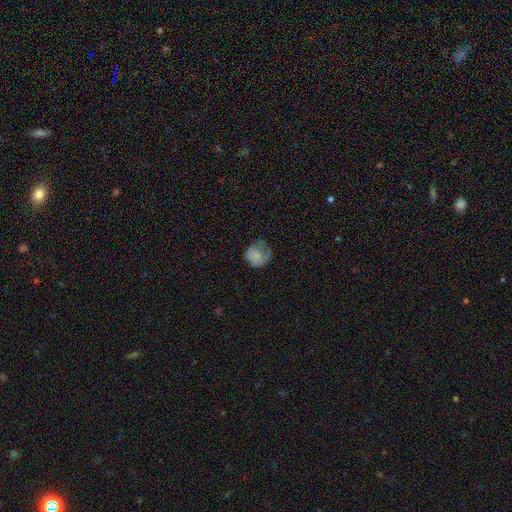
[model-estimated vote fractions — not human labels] Smooth or featured? Predicted: smooth (p=0.66). How rounded? Predicted: round (p=0.73). Merging? Predicted: none (p=0.37).